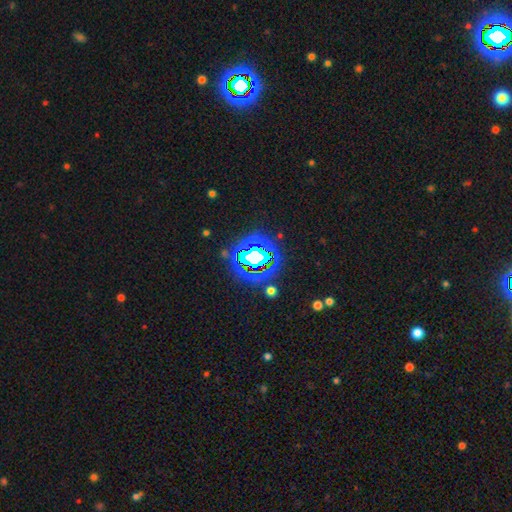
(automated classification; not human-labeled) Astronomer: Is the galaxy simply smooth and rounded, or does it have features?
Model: star or artifact — 70%.